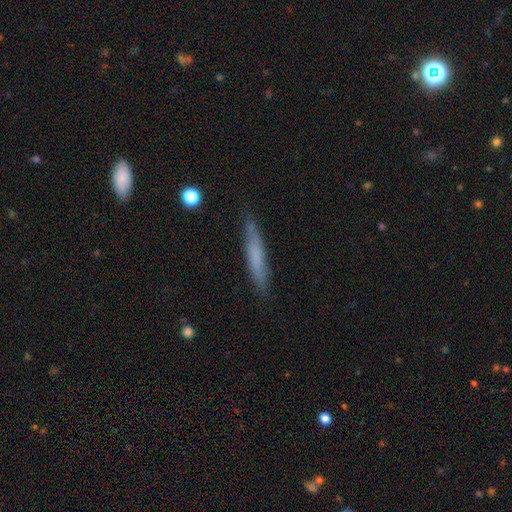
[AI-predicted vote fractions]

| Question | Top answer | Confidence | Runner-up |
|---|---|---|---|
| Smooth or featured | smooth | 63% | featured or disk (30%) |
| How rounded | cigar-shaped | 93% | in between (6%) |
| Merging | none | 84% | minor disturbance (12%) |